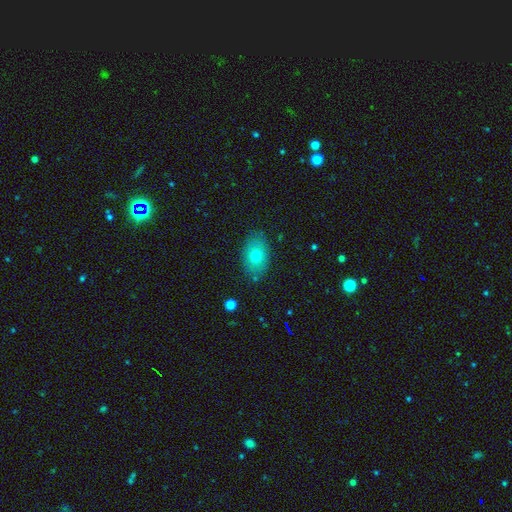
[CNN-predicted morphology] smooth_or_featured: smooth (p=0.72) [alt: featured or disk p=0.19]
how_rounded: in between (p=0.85) [alt: round p=0.14]
merging: none (p=0.83) [alt: minor disturbance p=0.12]